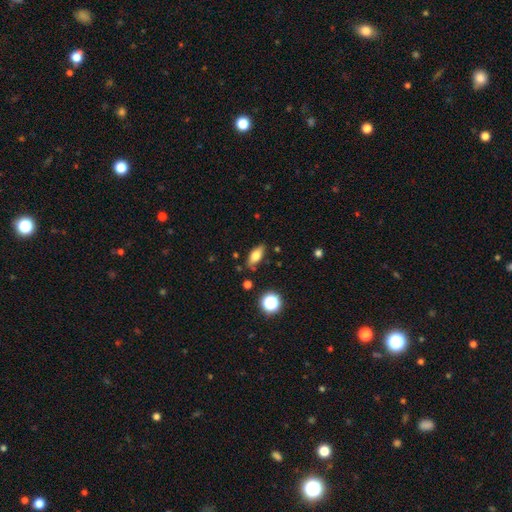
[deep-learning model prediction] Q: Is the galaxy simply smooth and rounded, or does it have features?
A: smooth — 73%.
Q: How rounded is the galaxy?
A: in between — 80%.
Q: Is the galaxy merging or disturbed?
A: none — 79%.